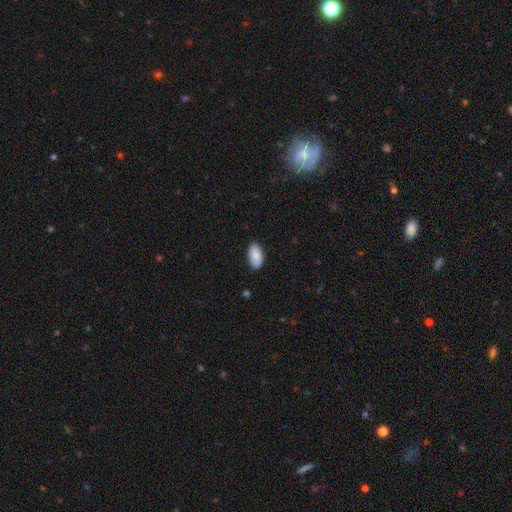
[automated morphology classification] smooth 86%, featured or disk 8%, star or artifact 6%. Down the decision tree: how rounded — in between (95%); merging — none (84%).